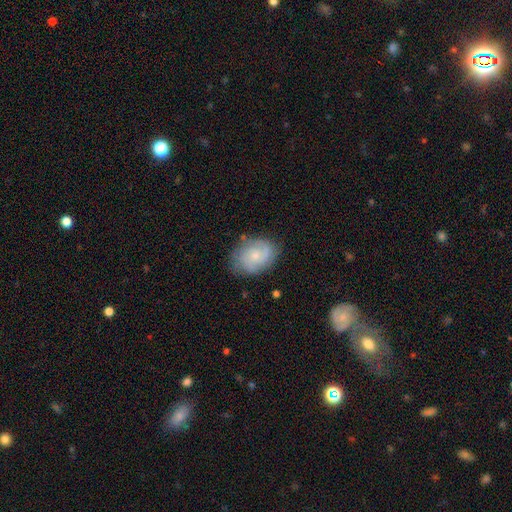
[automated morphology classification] featured or disk 56%, smooth 37%, star or artifact 7%. Down the decision tree: edge-on disk — no (97%); bar — no (74%); spiral arms — yes (86%); bulge size — small (65%); merging — none (74%).